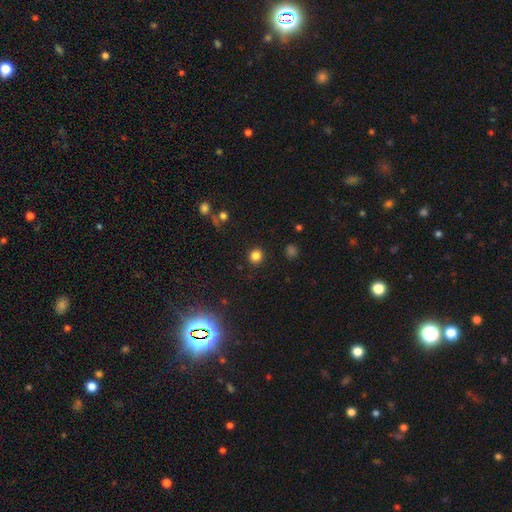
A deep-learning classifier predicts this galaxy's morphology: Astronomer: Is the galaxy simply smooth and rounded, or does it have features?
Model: smooth — 82%.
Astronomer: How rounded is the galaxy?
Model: round — 87%.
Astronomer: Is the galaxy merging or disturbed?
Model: none — 90%.